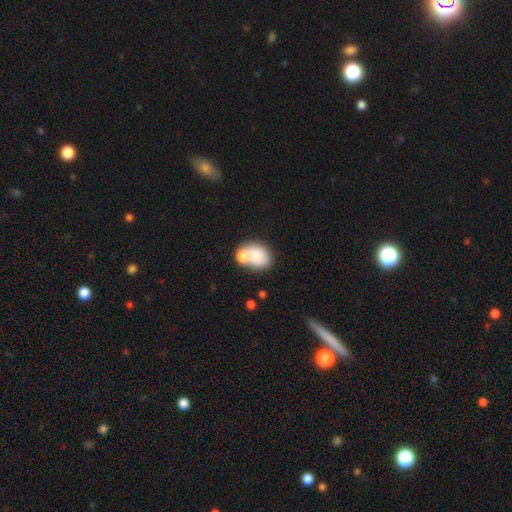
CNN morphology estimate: smooth 74%, featured or disk 17%, star or artifact 9%. Down the decision tree: how rounded — in between (53%); merging — merger (47%).